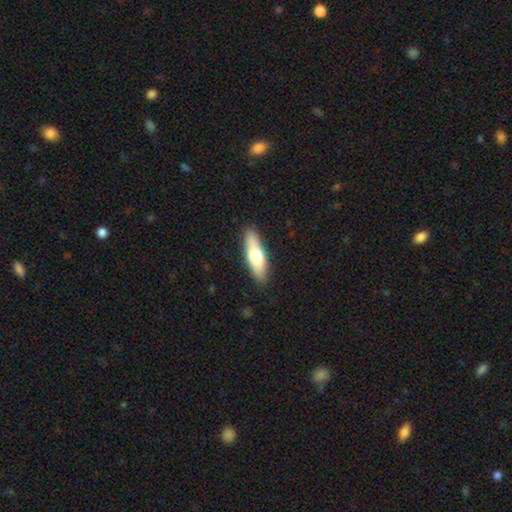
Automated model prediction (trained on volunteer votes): Smooth or featured?
  - smooth: 62% *
  - featured or disk: 32%
  - star or artifact: 5%
How rounded?
  - cigar-shaped: 58% *
  - in between: 40%
  - round: 2%
Merging?
  - none: 88% *
  - minor disturbance: 9%
  - major disturbance: 2%
  - merger: 1%